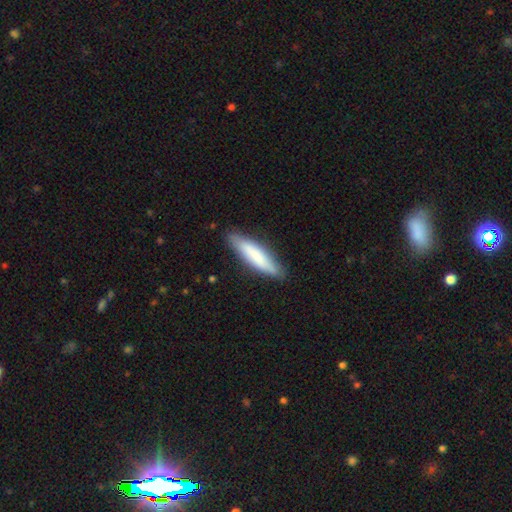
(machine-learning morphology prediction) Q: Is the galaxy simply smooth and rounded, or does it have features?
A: smooth — 73%.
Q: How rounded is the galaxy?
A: cigar-shaped — 77%.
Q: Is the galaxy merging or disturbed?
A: none — 82%.